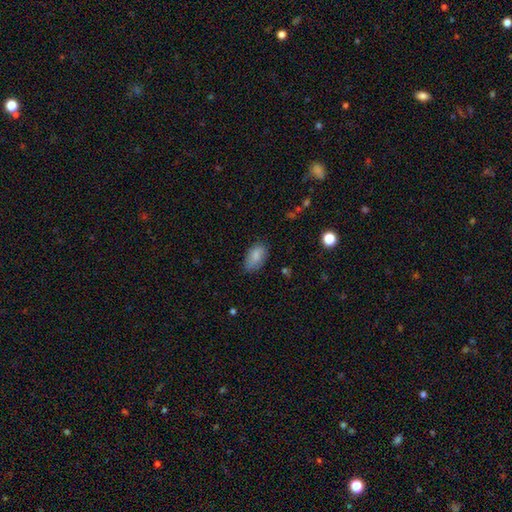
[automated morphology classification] smooth_or_featured: smooth (p=0.84) [alt: featured or disk p=0.09]
how_rounded: in between (p=0.93) [alt: round p=0.05]
merging: none (p=0.74) [alt: minor disturbance p=0.21]